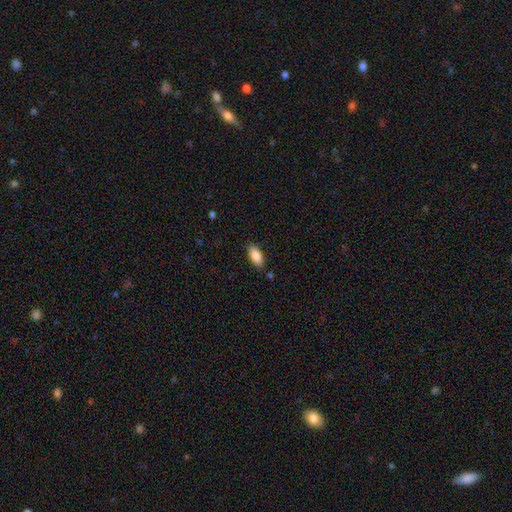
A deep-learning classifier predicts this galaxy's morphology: Overall: smooth (86%). How rounded: in between (88%). Merging: none (85%).